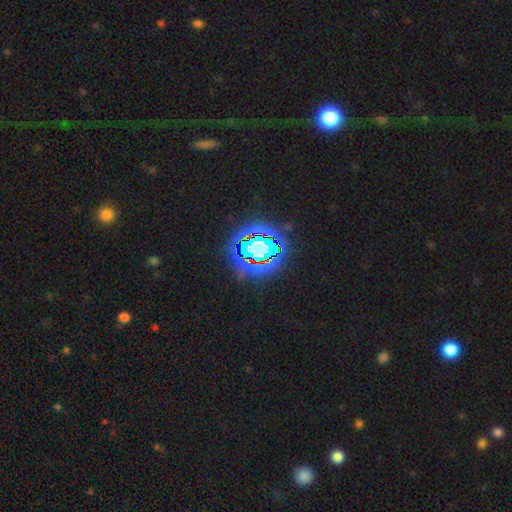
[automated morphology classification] Smooth or featured?
  - star or artifact: 80% *
  - smooth: 12%
  - featured or disk: 8%